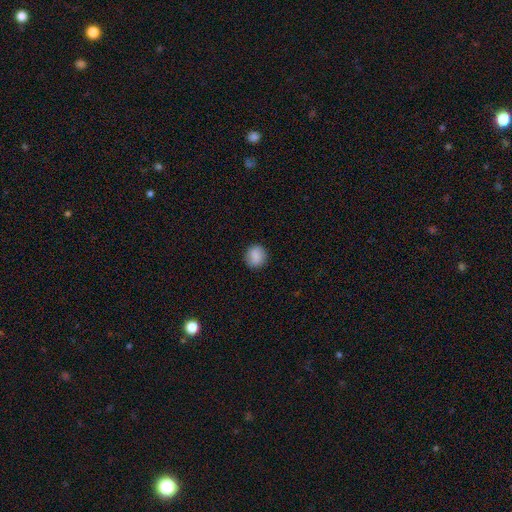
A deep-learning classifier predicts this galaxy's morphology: The model was most divided on "how rounded": round: 87%, in between: 12%, cigar-shaped: 1%. More confident: merging — none (89%); smooth or featured — smooth (87%).